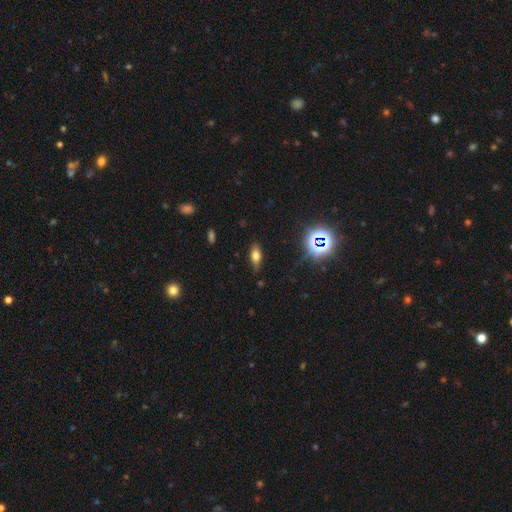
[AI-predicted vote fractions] The model was most divided on "smooth or featured": smooth: 62%, featured or disk: 21%, star or artifact: 18%. More confident: merging — none (79%); how rounded — in between (76%).